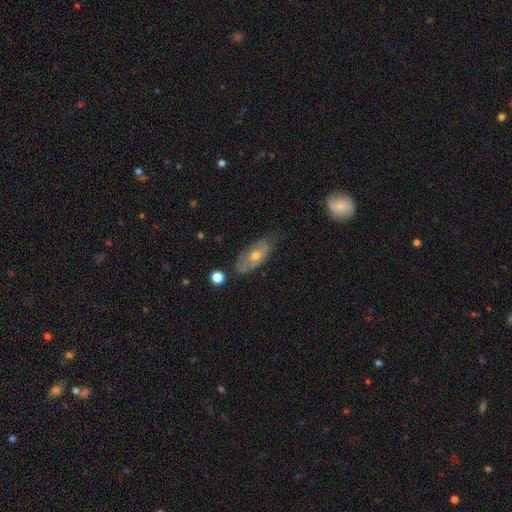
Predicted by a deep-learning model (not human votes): smooth_or_featured: featured or disk (p=0.49) [alt: smooth p=0.43]
merging: none (p=0.65) [alt: minor disturbance p=0.26]